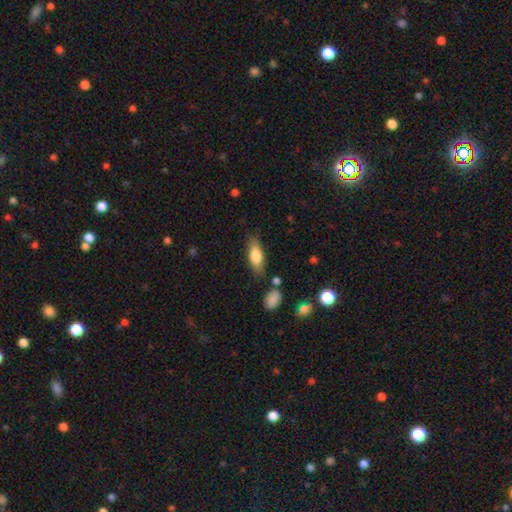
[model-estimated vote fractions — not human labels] smooth-or-featured: smooth: 75% | featured or disk: 19% | star or artifact: 6%
  how-rounded: in between: 69% | cigar-shaped: 28% | round: 3%
  merging: none: 77% | minor disturbance: 15% | merger: 4% | major disturbance: 4%